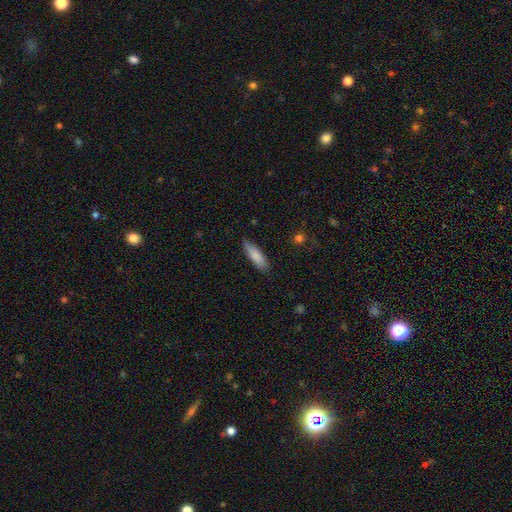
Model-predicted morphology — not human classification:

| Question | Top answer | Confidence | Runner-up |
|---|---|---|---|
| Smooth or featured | smooth | 81% | featured or disk (13%) |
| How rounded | cigar-shaped | 58% | in between (40%) |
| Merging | none | 82% | minor disturbance (15%) |